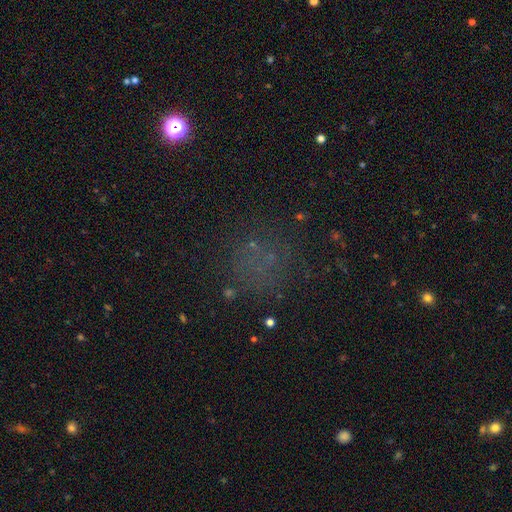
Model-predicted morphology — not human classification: Q: Smooth or featured?
A: smooth (43%); runner-up: star or artifact (42%)
Q: Merging?
A: none (73%); runner-up: minor disturbance (13%)